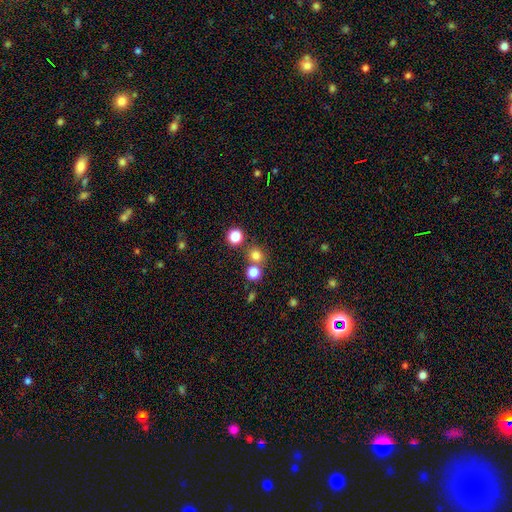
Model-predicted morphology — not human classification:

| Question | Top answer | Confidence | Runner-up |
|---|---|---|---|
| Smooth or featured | smooth | 76% | star or artifact (17%) |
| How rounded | round | 89% | in between (10%) |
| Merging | none | 67% | merger (24%) |